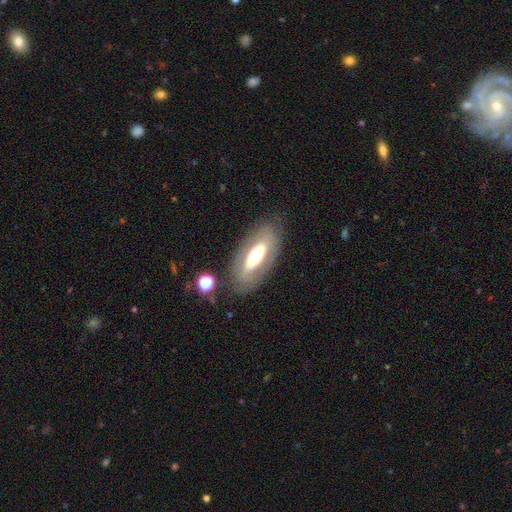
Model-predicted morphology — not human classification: A featured or disk galaxy (52%).

Vote fractions:
- Smooth or featured? featured or disk: 52% / smooth: 40% / star or artifact: 7%
- Edge-on disk? no: 79% / yes: 21%
- Merging? none: 78% / minor disturbance: 13% / major disturbance: 6% / merger: 2%